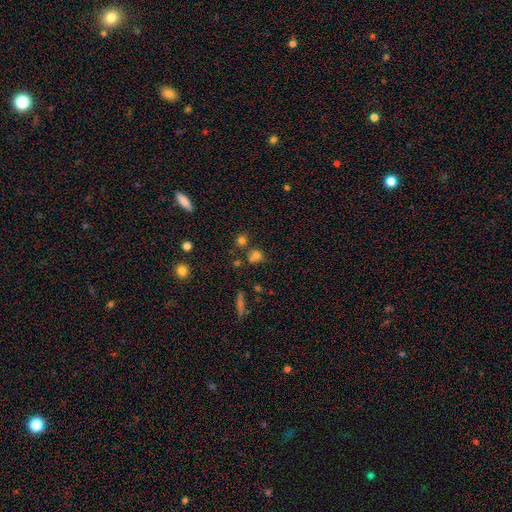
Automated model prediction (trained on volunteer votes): This appears to be a smooth galaxy with no disk features (70%) that is round (71%). Merging: none (53%).